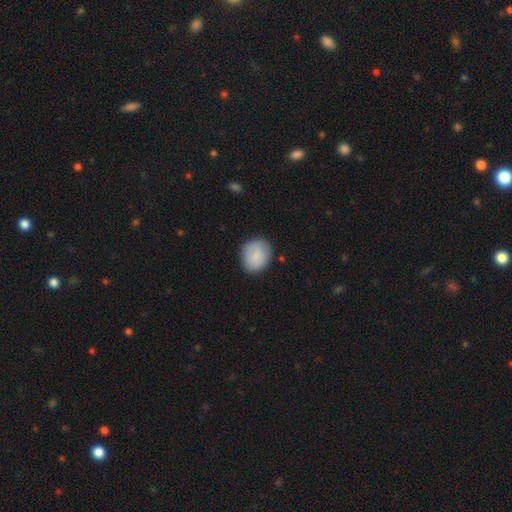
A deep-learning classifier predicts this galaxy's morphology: A smooth galaxy with no disk features (82%) that is round (62%).

Vote fractions:
- Smooth or featured? smooth: 82% / featured or disk: 12% / star or artifact: 6%
- How rounded? round: 62% / in between: 37% / cigar-shaped: 1%
- Merging? none: 80% / minor disturbance: 15% / major disturbance: 3% / merger: 2%